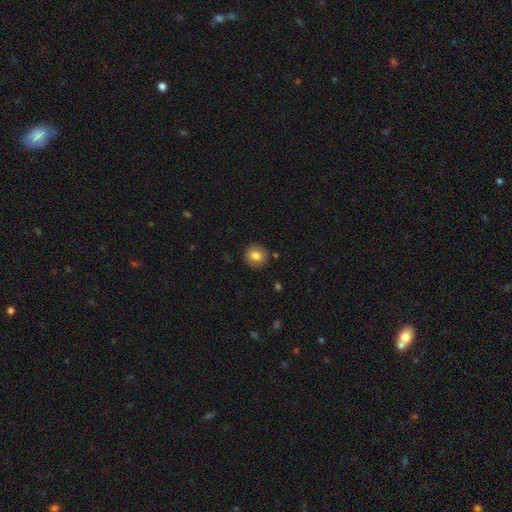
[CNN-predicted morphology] type=smooth (82%); roundness=round (87%); merging=none (89%).